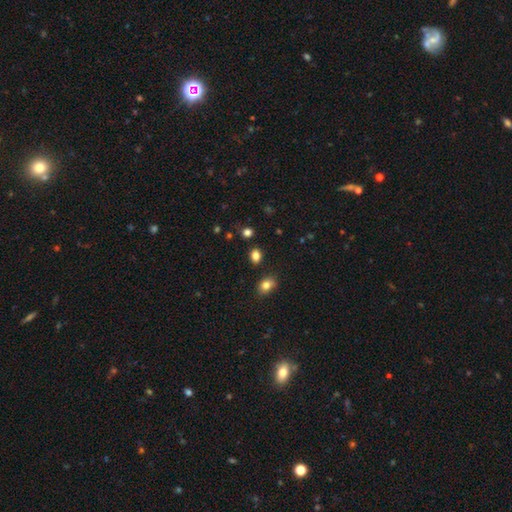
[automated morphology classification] type=smooth (83%); roundness=in between (61%); merging=none (84%).